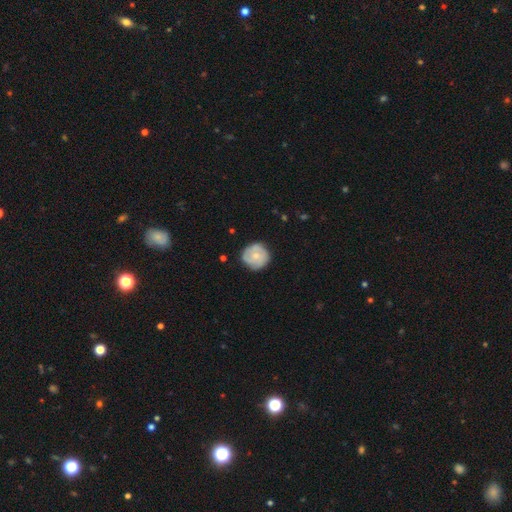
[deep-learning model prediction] Overall: smooth (50%; featured or disk 44%). How rounded: round (92%). Merging: none (79%).